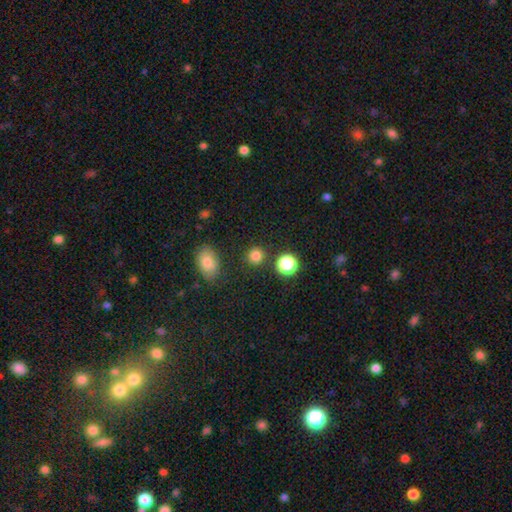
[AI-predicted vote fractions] This appears to be a smooth galaxy with no disk features (81%) that is round (91%). Merging: none (88%).